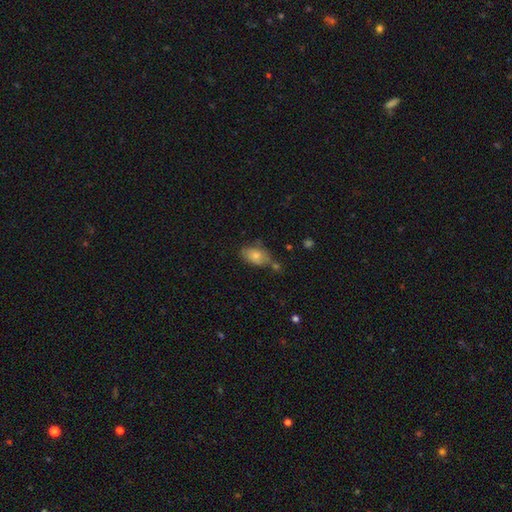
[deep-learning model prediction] Morphology: type=smooth (77%); roundness=in between (89%); merging=none (55%).